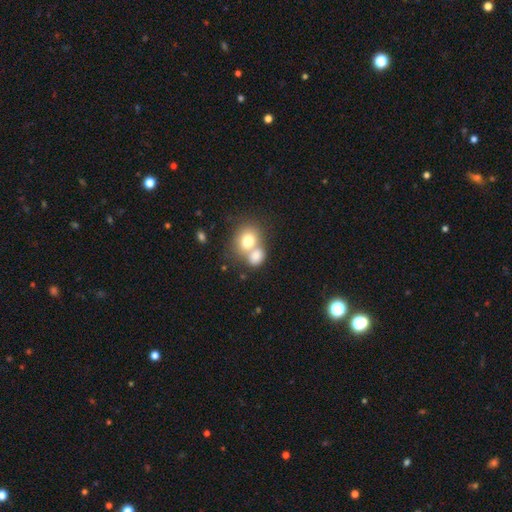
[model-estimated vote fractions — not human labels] smooth 75%, featured or disk 15%, star or artifact 9%. Down the decision tree: how rounded — round (53%); merging — merger (62%).